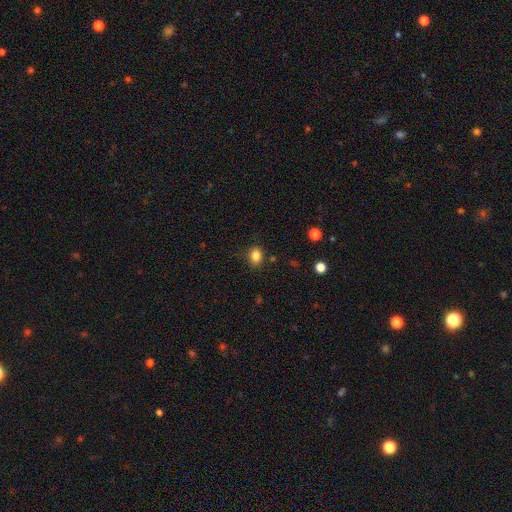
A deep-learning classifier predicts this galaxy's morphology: Q: Smooth or featured?
A: smooth (84%); runner-up: star or artifact (11%)
Q: How rounded?
A: round (57%); runner-up: in between (42%)
Q: Merging?
A: none (83%); runner-up: minor disturbance (12%)